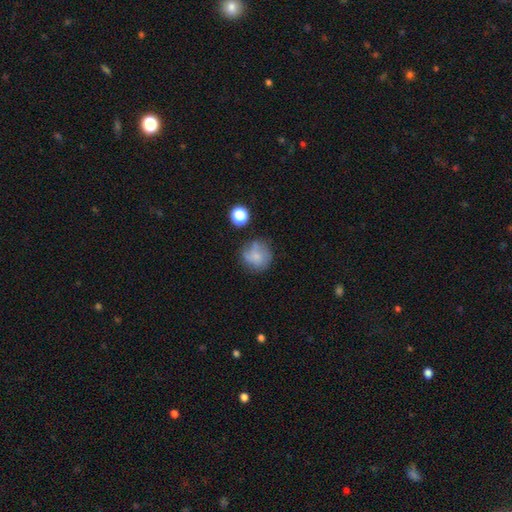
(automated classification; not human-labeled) Smooth or featured?
  - smooth: 63% *
  - featured or disk: 25%
  - star or artifact: 12%
How rounded?
  - round: 87% *
  - in between: 12%
  - cigar-shaped: 1%
Merging?
  - none: 58% *
  - minor disturbance: 23%
  - major disturbance: 12%
  - merger: 7%